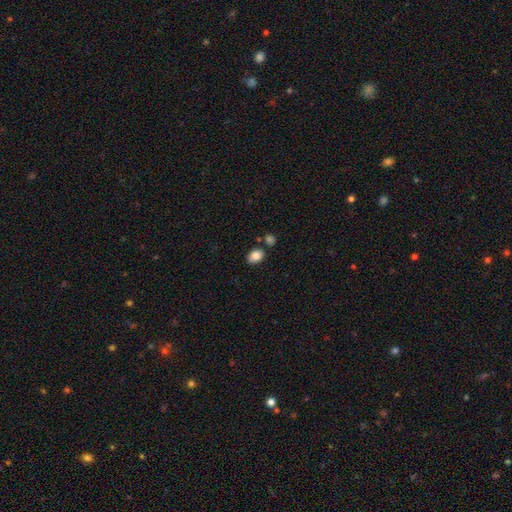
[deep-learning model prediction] This appears to be a smooth galaxy with no disk features (84%) that is in between round and cigar-shaped (78%). Merging: none (76%).